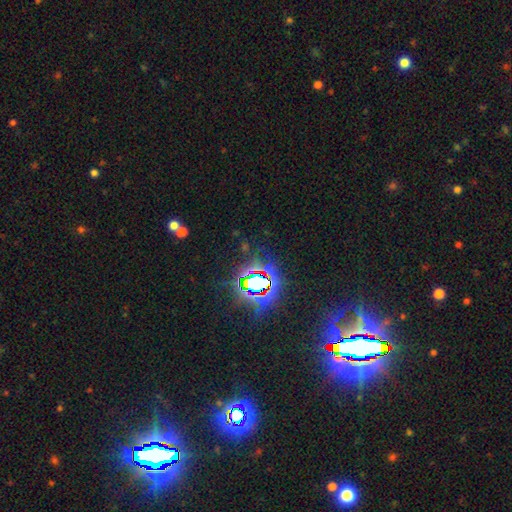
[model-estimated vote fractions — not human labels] star or artifact 82%, smooth 10%, featured or disk 8%.